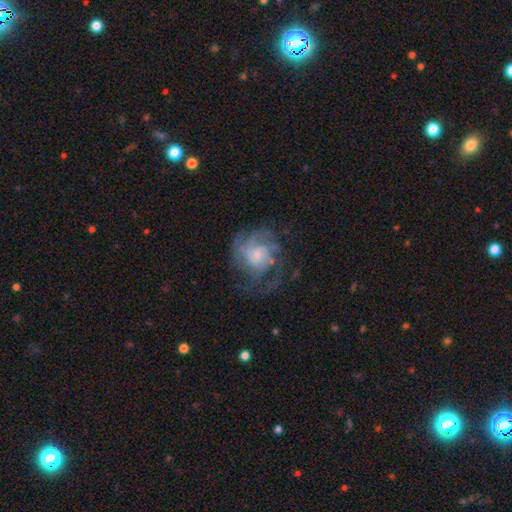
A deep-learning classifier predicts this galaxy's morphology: Smooth or featured? featured or disk (75%)
Edge-on disk? no (97%)
Bar? no (68%)
Spiral arms? yes (90%)
Spiral winding? tight (46%)
Spiral arm count? can't tell (38%)
Bulge size? small (44%)
Merging? none (61%)